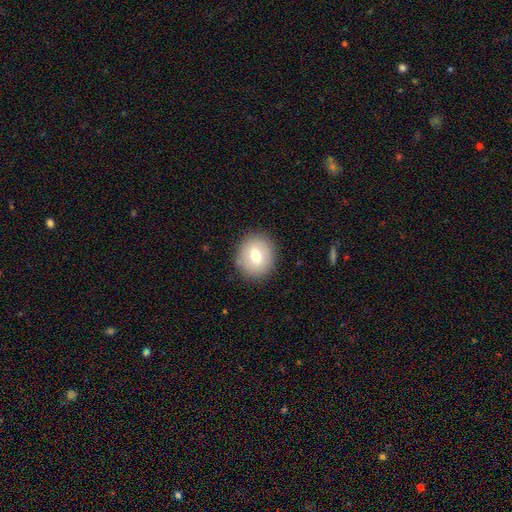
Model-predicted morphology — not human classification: Smooth or featured? smooth (70%)
How rounded? round (79%)
Merging? none (87%)